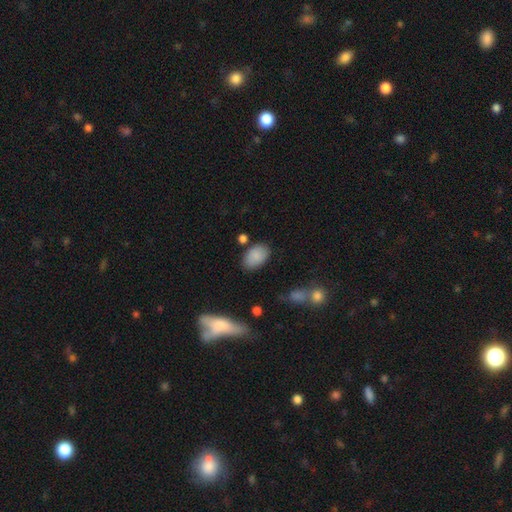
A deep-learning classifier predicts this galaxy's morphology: smooth 86%, star or artifact 8%, featured or disk 6%. Down the decision tree: how rounded — in between (89%); merging — none (78%).